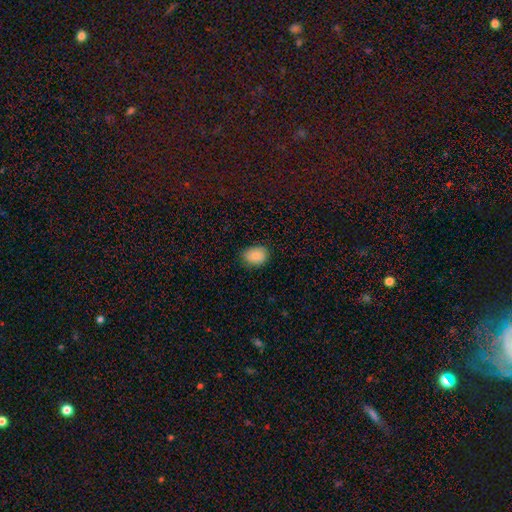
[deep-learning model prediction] Morphology: type=smooth (87%); roundness=in between (66%); merging=none (83%).